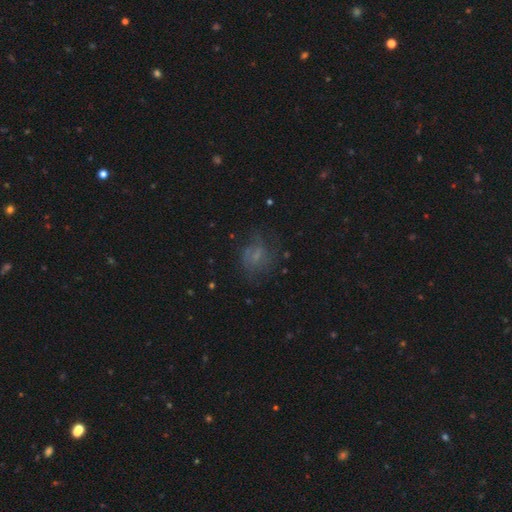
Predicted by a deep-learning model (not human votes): Smooth or featured? smooth (43%)
Merging? none (54%)